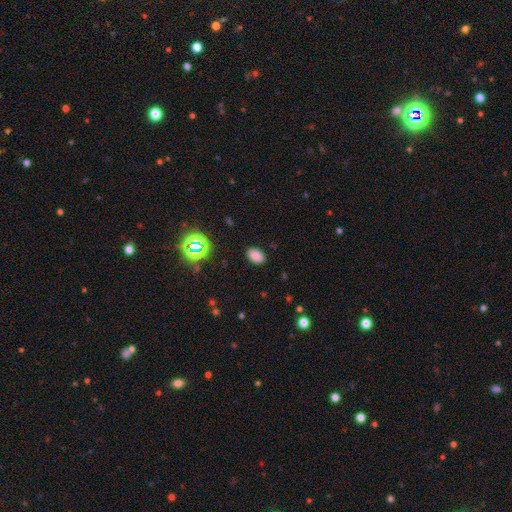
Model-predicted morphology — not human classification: This is likely a smooth galaxy (79%). How rounded: clearly in between (86%). Merging: clearly none (87%).